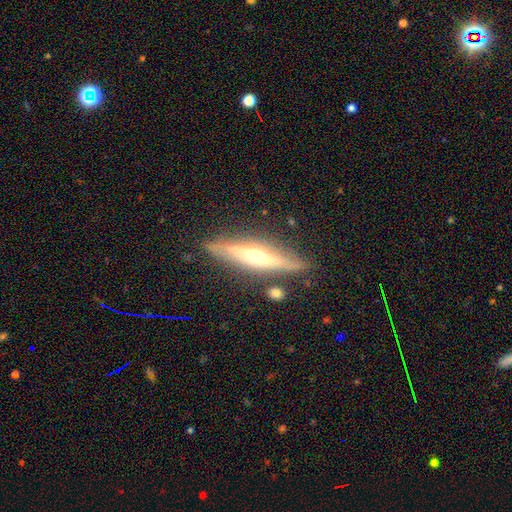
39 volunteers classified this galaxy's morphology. featured or disk 64%, smooth 33%, star or artifact 3%. Down the decision tree: edge-on disk — yes (92%); edge-on bulge — rounded (96%); merging — none (68%).